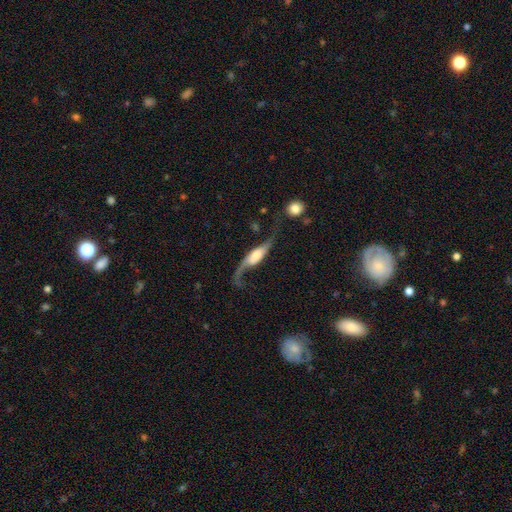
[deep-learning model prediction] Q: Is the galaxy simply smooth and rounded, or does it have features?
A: featured or disk — 80%.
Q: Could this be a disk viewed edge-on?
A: no — 76%.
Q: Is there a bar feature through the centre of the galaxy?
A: no — 47%.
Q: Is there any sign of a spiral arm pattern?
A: yes — 93%.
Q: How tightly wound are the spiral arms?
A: loose — 92%.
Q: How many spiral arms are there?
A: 2 — 85%.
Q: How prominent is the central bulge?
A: moderate — 33%.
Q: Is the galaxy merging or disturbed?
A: none — 49%.